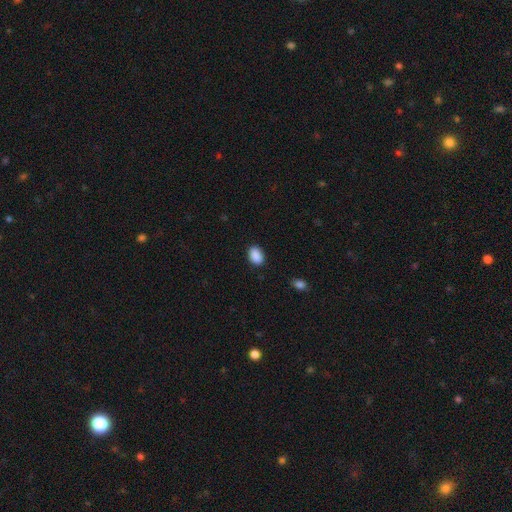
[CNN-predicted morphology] A smooth galaxy with no disk features (90%) that is in between round and cigar-shaped (84%).

Vote fractions:
- Smooth or featured? smooth: 90% / star or artifact: 8% / featured or disk: 3%
- How rounded? in between: 84% / round: 14% / cigar-shaped: 1%
- Merging? none: 87% / minor disturbance: 10% / major disturbance: 2% / merger: 1%